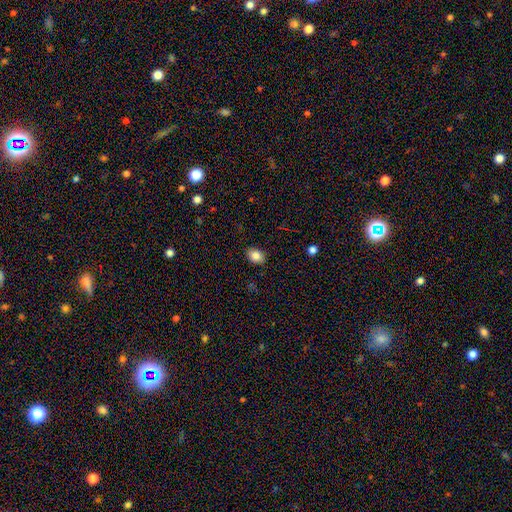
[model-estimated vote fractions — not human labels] A smooth galaxy with no disk features (84%) that is in between round and cigar-shaped (69%). Merging: none (88%).